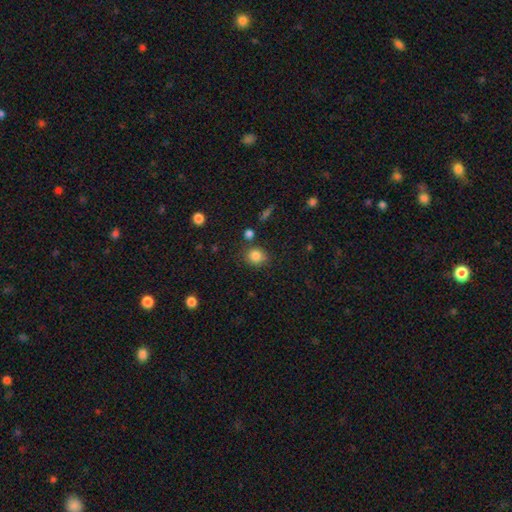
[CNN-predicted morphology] smooth_or_featured: smooth (p=0.83) [alt: star or artifact p=0.11]
how_rounded: round (p=0.76) [alt: in between p=0.23]
merging: none (p=0.75) [alt: minor disturbance p=0.14]